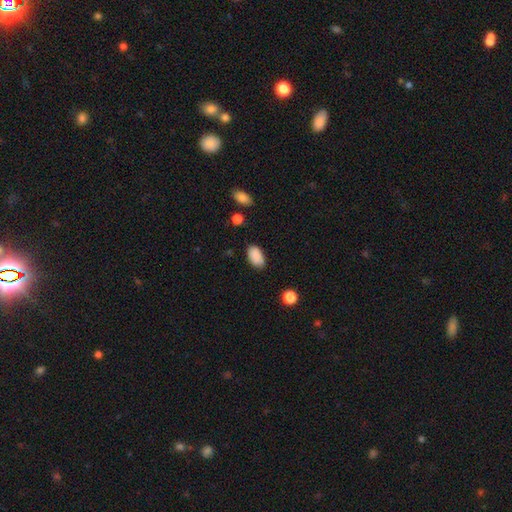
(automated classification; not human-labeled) Q: Smooth or featured?
A: smooth (88%); runner-up: star or artifact (8%)
Q: How rounded?
A: in between (93%); runner-up: round (5%)
Q: Merging?
A: none (79%); runner-up: minor disturbance (16%)